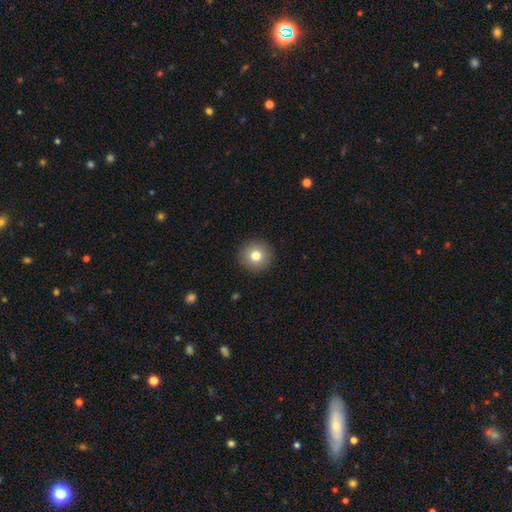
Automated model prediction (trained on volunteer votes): This appears to be a smooth galaxy with no disk features (78%) that is round (95%). Merging: none (92%).